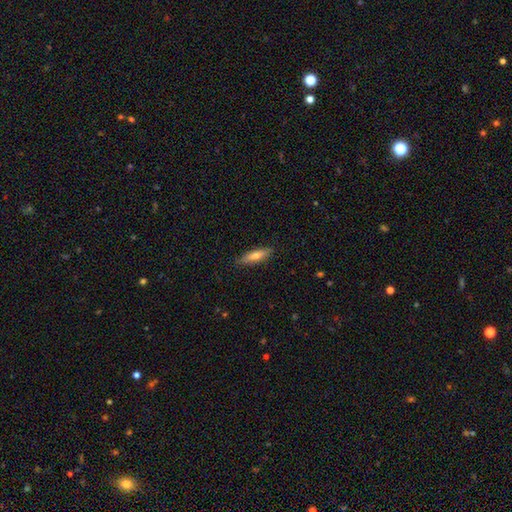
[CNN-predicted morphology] smooth 63%, featured or disk 31%, star or artifact 6%. Down the decision tree: how rounded — cigar-shaped (65%); merging — none (86%).